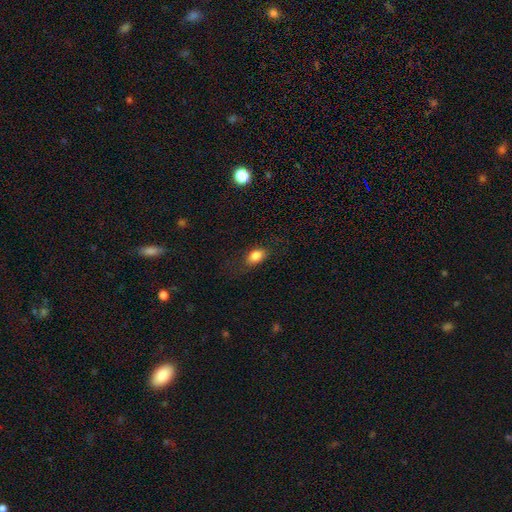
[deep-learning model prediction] smooth_or_featured: smooth (p=0.83) [alt: star or artifact p=0.09]
how_rounded: in between (p=0.82) [alt: round p=0.14]
merging: none (p=0.73) [alt: minor disturbance p=0.18]